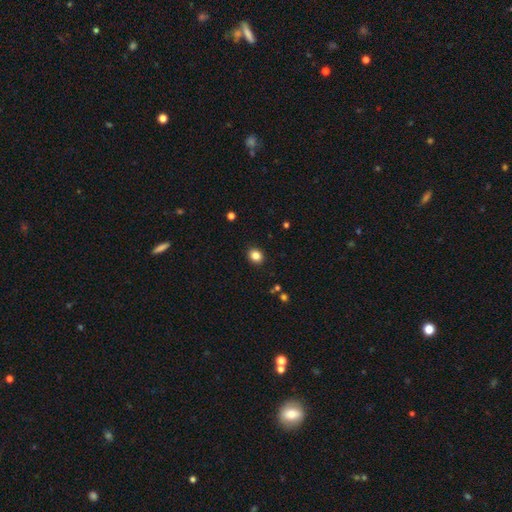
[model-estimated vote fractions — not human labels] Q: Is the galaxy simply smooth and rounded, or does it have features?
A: smooth — 85%.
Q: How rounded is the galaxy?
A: round — 64%.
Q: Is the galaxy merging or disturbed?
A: none — 91%.